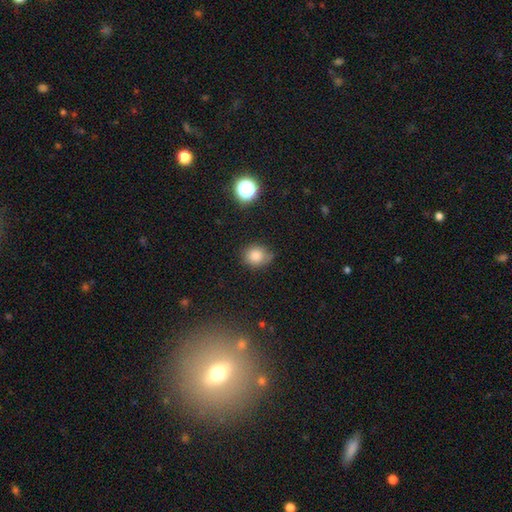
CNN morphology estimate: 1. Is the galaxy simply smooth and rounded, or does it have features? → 83% smooth, 12% star or artifact, 6% featured or disk.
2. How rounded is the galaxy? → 70% round, 29% in between, 1% cigar-shaped.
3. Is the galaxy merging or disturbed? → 69% none, 25% minor disturbance, 5% major disturbance, 2% merger.